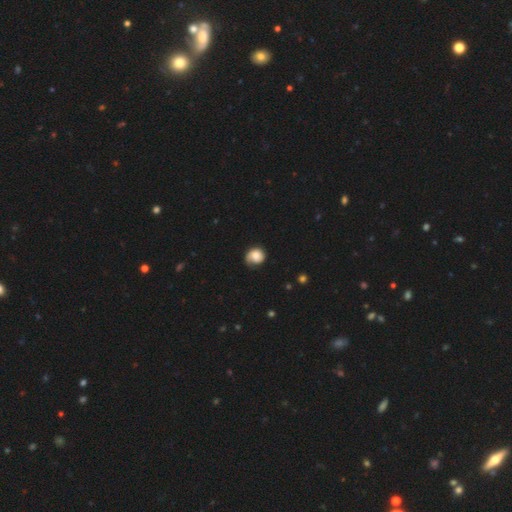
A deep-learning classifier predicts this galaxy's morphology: smooth_or_featured: smooth (p=0.56) [alt: featured or disk p=0.37]
how_rounded: round (p=0.77) [alt: in between p=0.22]
merging: none (p=0.56) [alt: minor disturbance p=0.29]